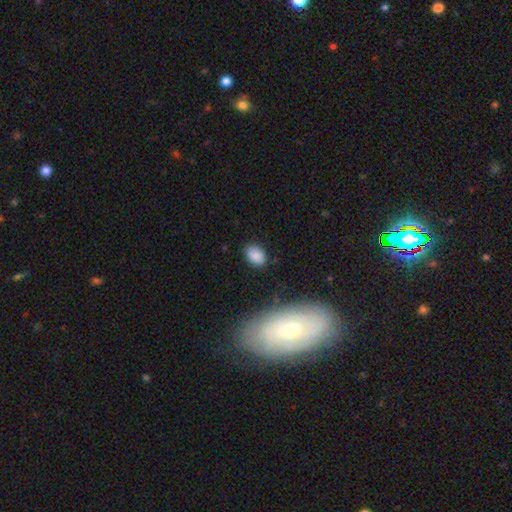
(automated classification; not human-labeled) This is clearly a smooth galaxy (85%). How rounded: clearly in between (81%). Merging: clearly none (82%).